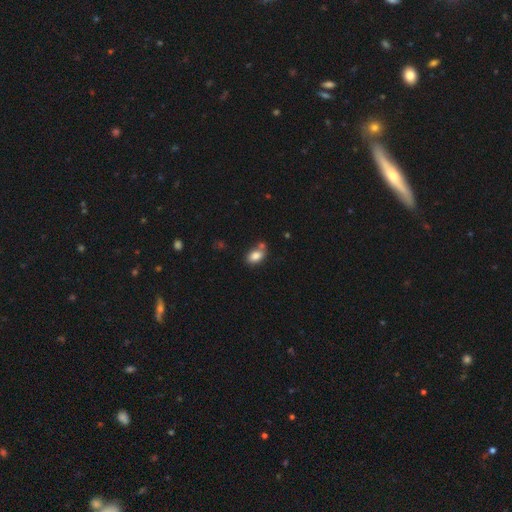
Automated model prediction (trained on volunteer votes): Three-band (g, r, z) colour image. It shows a smooth galaxy with no disk features (84%) that is in between round and cigar-shaped (83%). Merging: none (58%).